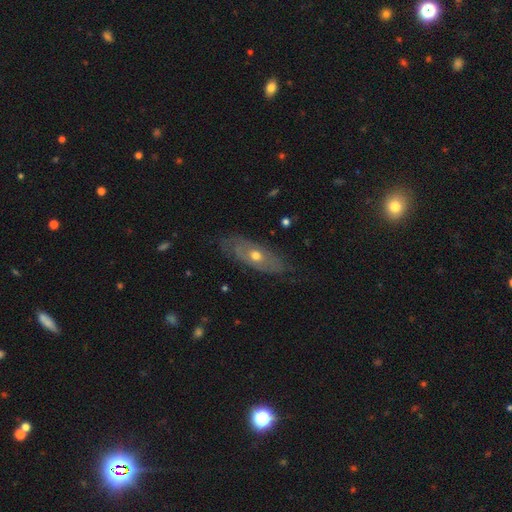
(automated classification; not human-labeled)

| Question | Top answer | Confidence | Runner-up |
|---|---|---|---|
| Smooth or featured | featured or disk | 64% | smooth (30%) |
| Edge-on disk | no | 78% | yes (22%) |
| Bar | no | 88% | weak (10%) |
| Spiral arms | no | 53% | yes (47%) |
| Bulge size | moderate | 71% | small (24%) |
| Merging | none | 73% | minor disturbance (19%) |